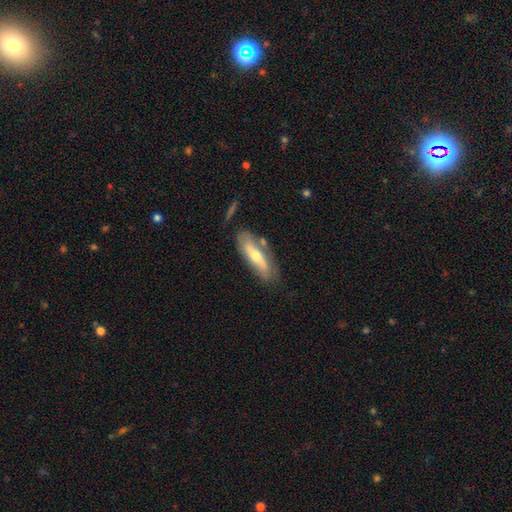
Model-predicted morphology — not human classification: Overall: featured or disk (49%; smooth 44%). Merging: none (70%).